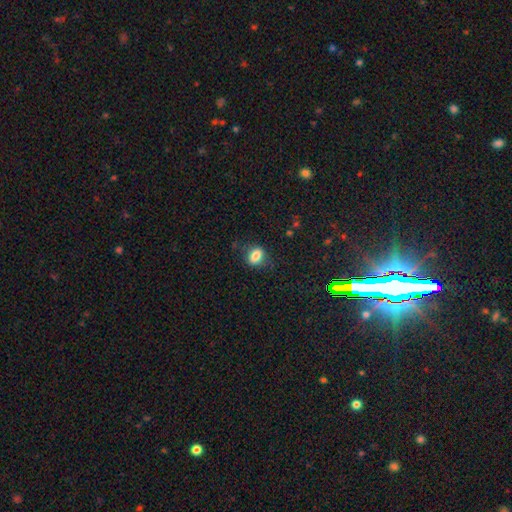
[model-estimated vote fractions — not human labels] Smooth or featured? smooth (81%)
How rounded? in between (67%)
Merging? none (77%)